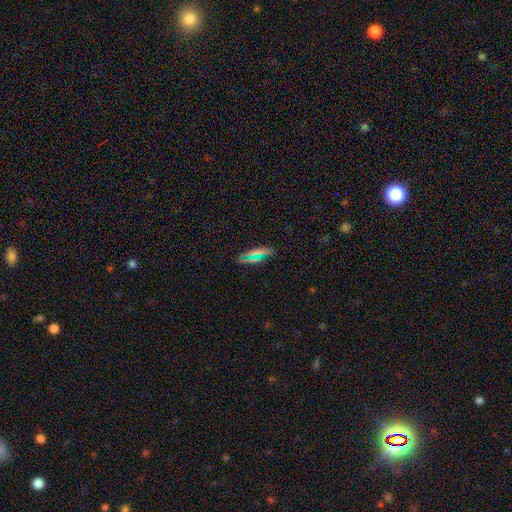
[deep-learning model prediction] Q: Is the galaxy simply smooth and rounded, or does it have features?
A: smooth — 69%.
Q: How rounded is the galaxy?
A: cigar-shaped — 52%.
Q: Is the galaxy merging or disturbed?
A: none — 83%.